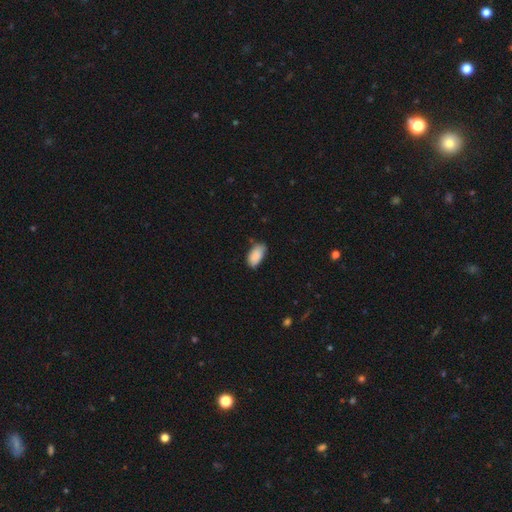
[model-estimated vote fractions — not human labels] A smooth galaxy with no disk features (88%) that is in between round and cigar-shaped (94%). Merging: none (65%).